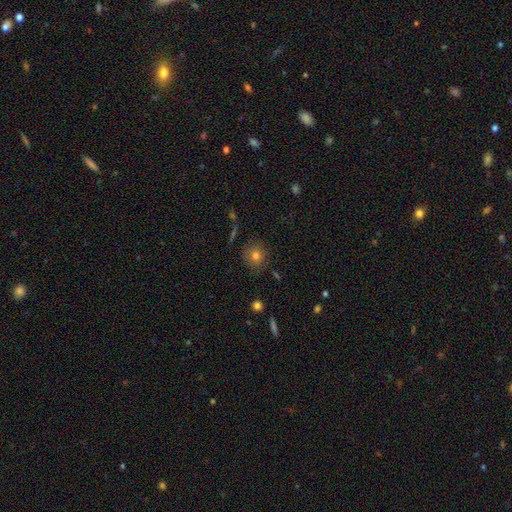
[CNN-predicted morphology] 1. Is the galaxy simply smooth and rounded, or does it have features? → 76% smooth, 13% star or artifact, 11% featured or disk.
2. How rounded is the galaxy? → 88% round, 11% in between, 1% cigar-shaped.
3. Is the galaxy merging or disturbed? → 84% none, 11% minor disturbance, 3% major disturbance, 2% merger.